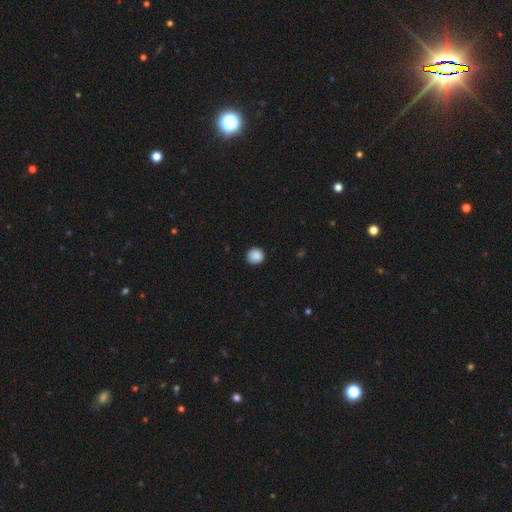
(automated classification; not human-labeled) Smooth or featured?
  - smooth: 88% *
  - star or artifact: 9%
  - featured or disk: 3%
How rounded?
  - round: 92% *
  - in between: 7%
  - cigar-shaped: 1%
Merging?
  - none: 88% *
  - minor disturbance: 9%
  - major disturbance: 2%
  - merger: 1%